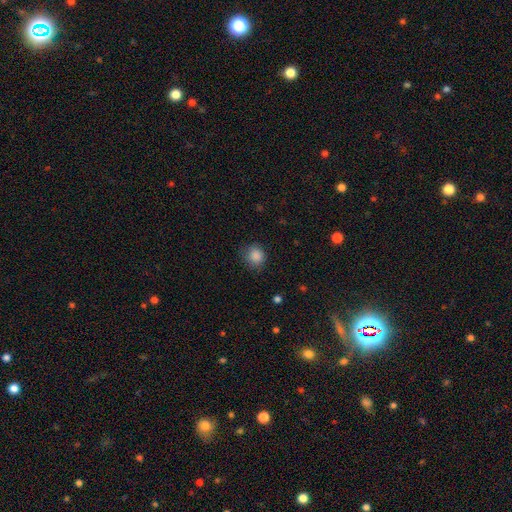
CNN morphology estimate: Smooth or featured: smooth — 87% (star or artifact — 9%)
How rounded: round — 84% (in between — 15%)
Merging: none — 77% (minor disturbance — 17%)